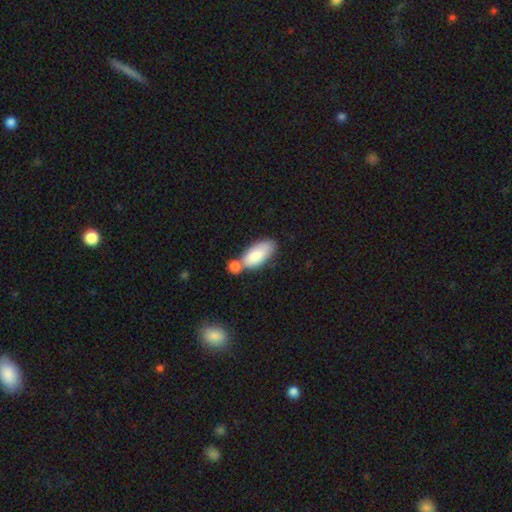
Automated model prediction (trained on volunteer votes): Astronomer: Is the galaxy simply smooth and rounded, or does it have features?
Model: smooth — 82%.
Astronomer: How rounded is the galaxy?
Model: in between — 86%.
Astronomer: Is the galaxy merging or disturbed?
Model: none — 40% (runner-up: merger, 38%).